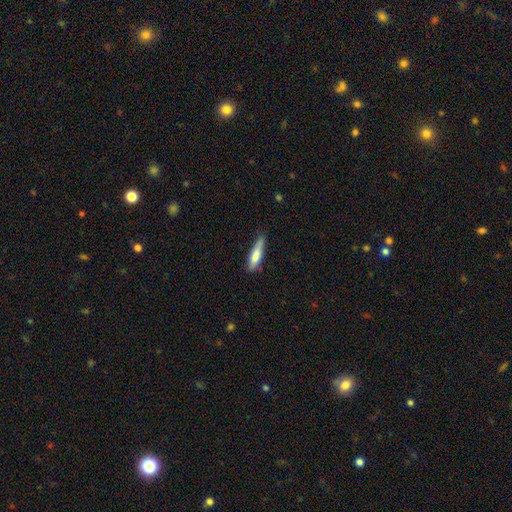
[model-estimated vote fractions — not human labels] A smooth galaxy with no disk features (77%) that is cigar-shaped (70%). Merging: none (65%).